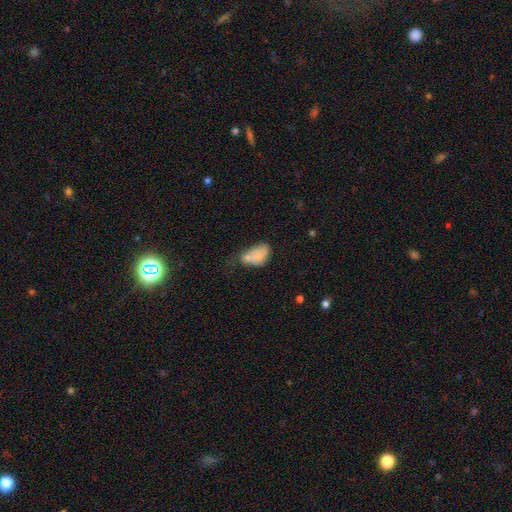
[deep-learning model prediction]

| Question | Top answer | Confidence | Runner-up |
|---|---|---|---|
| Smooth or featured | smooth | 70% | featured or disk (21%) |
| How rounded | in between | 89% | round (9%) |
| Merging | merger | 35% | minor disturbance (24%) |